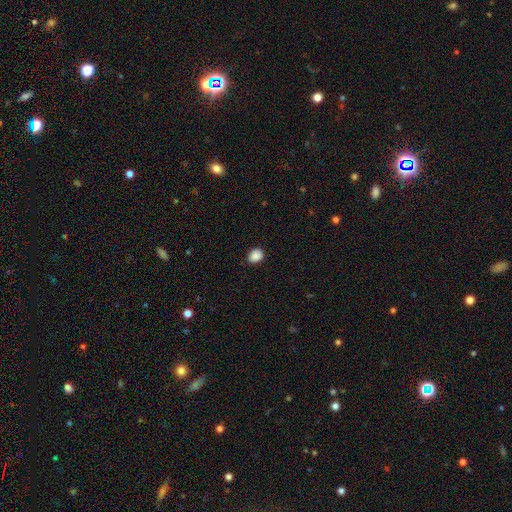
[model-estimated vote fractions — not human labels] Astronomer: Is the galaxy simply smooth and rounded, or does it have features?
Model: smooth — 89%.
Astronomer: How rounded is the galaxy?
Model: in between — 53% (runner-up: round, 46%).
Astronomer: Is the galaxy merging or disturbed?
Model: none — 86%.